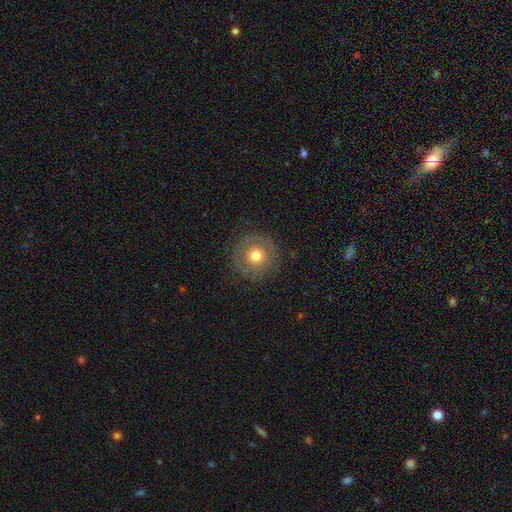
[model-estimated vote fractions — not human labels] This is possibly a smooth galaxy (59%). How rounded: clearly round (95%). Merging: clearly none (84%).